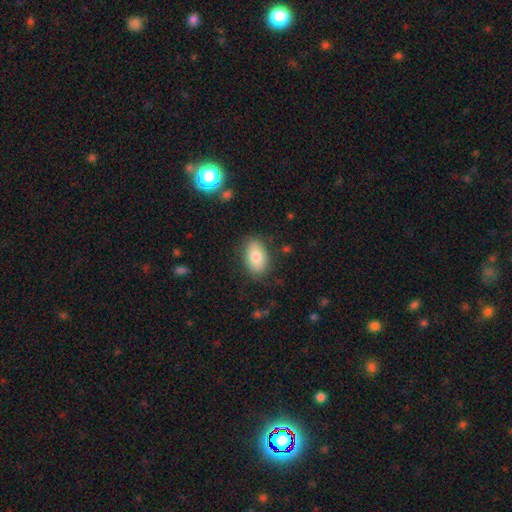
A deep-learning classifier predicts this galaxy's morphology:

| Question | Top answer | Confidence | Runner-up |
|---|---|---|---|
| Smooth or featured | smooth | 79% | featured or disk (14%) |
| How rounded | in between | 91% | round (8%) |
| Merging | none | 81% | minor disturbance (14%) |